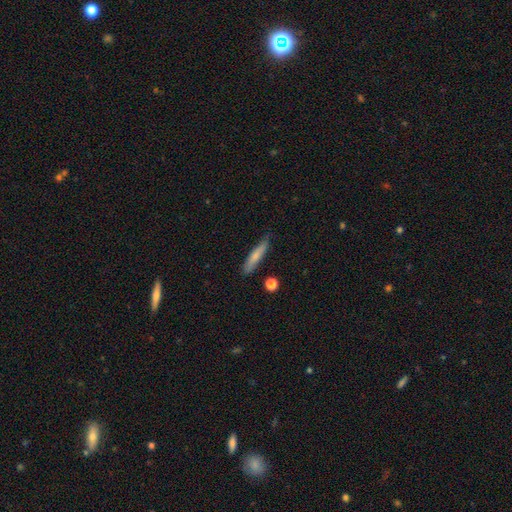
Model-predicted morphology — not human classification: smooth-or-featured: smooth: 71% | featured or disk: 23% | star or artifact: 6%
  how-rounded: cigar-shaped: 87% | in between: 11% | round: 2%
  merging: none: 79% | minor disturbance: 16% | merger: 3% | major disturbance: 3%